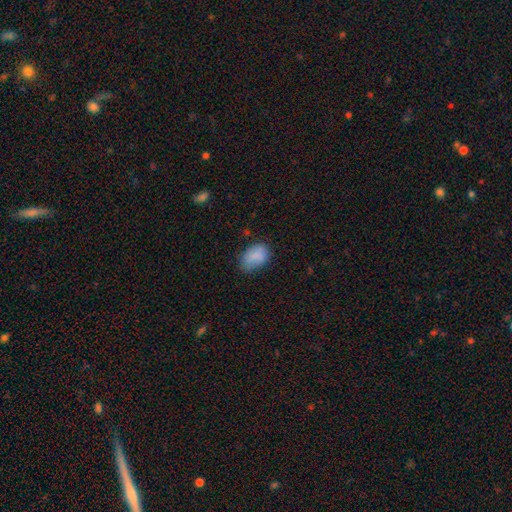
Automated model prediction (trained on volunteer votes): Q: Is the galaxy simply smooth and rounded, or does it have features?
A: smooth — 85%.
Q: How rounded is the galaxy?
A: in between — 87%.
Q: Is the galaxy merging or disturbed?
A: none — 63%.